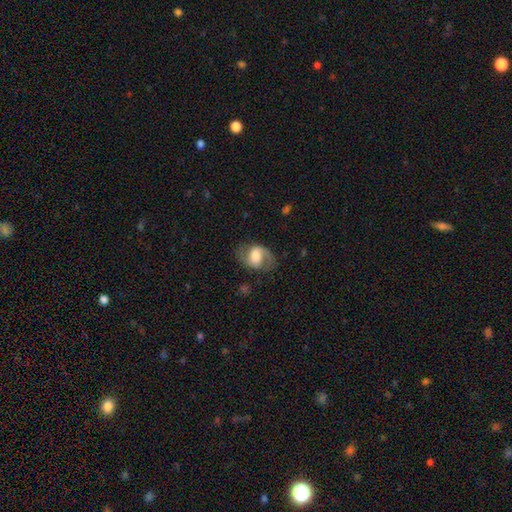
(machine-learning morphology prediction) Smooth or featured? Predicted: featured or disk (p=0.63). Edge-on disk? Predicted: no (p=0.97). Bar? Predicted: weak (p=0.44). Spiral arms? Predicted: yes (p=0.87). Spiral winding? Predicted: medium (p=0.48). Spiral arm count? Predicted: 2 (p=0.83). Bulge size? Predicted: moderate (p=0.44). Merging? Predicted: none (p=0.69).